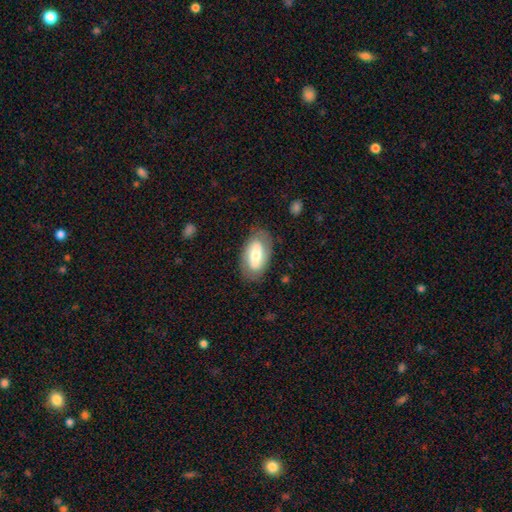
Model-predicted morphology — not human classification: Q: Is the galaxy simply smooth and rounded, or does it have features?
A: smooth — 49%.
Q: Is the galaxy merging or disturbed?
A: none — 79%.